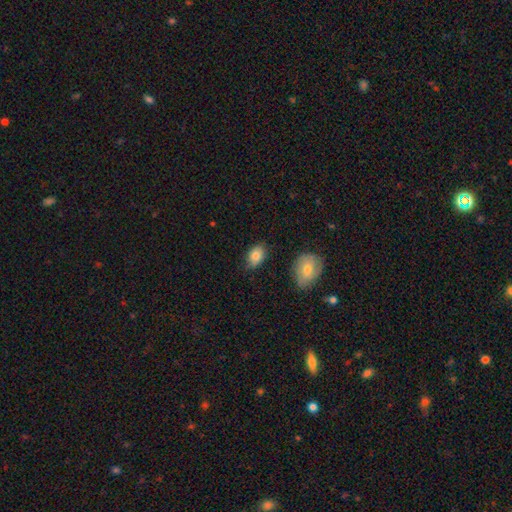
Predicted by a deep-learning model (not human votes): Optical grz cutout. It shows a smooth galaxy with no disk features (83%) that is in between round and cigar-shaped (83%). Merging: none (76%).